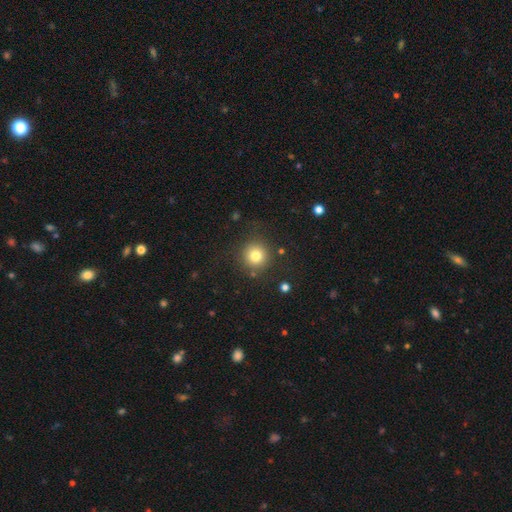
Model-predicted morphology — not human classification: Q: Smooth or featured?
A: smooth (79%); runner-up: star or artifact (12%)
Q: How rounded?
A: round (94%); runner-up: in between (5%)
Q: Merging?
A: none (85%); runner-up: minor disturbance (9%)